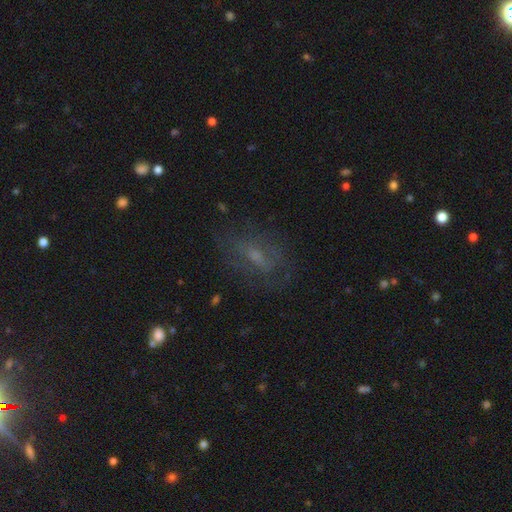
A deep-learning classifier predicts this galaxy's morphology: The model was most divided on "smooth or featured": featured or disk: 45%, smooth: 38%, star or artifact: 17%. More confident: merging — none (68%).